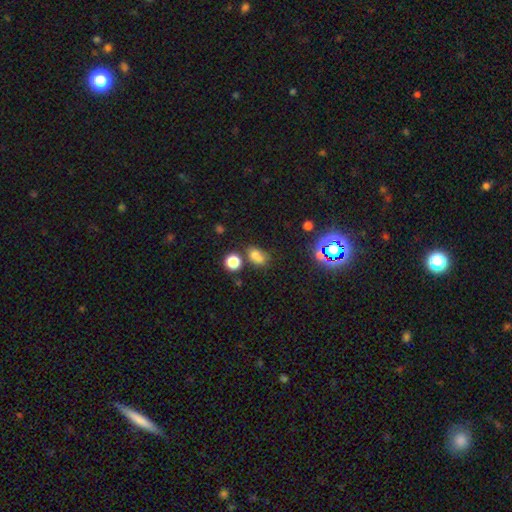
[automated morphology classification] smooth-or-featured: smooth: 68% | star or artifact: 21% | featured or disk: 11%
  how-rounded: in between: 65% | round: 33% | cigar-shaped: 2%
  merging: none: 47% | merger: 28% | minor disturbance: 17% | major disturbance: 8%